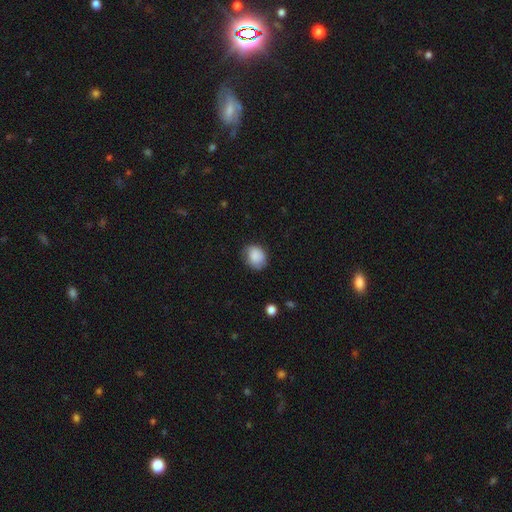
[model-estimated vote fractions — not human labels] Morphology: type=smooth (85%); roundness=round (50%); merging=none (70%).